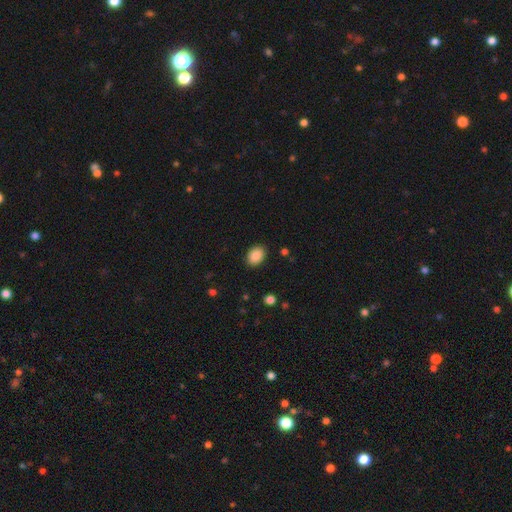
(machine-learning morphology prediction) smooth 88%, star or artifact 8%, featured or disk 4%. Down the decision tree: how rounded — in between (74%); merging — none (88%).